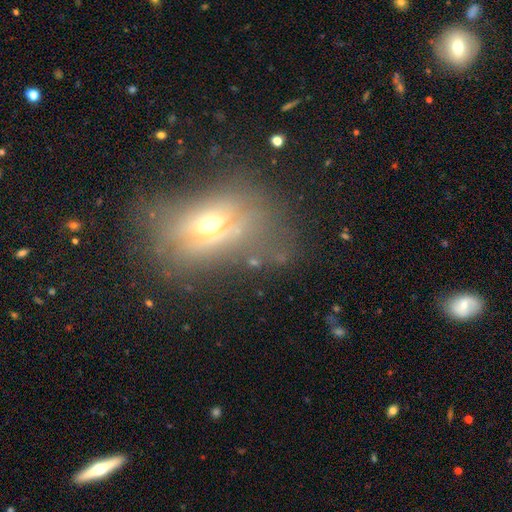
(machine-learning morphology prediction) A featured or disk galaxy (41%).

Vote fractions:
- Smooth or featured? featured or disk: 41% / smooth: 38% / star or artifact: 21%
- Merging? none: 49% / major disturbance: 24% / minor disturbance: 22% / merger: 5%